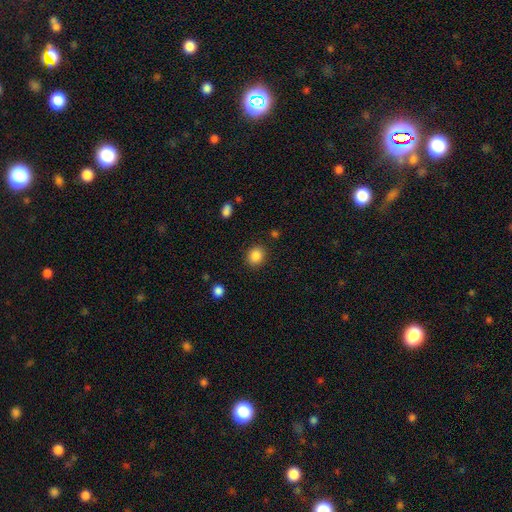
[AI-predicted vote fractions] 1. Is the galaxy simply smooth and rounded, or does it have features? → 87% smooth, 10% star or artifact, 3% featured or disk.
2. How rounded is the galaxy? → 69% round, 30% in between, 1% cigar-shaped.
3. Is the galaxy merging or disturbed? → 87% none, 8% minor disturbance, 3% major disturbance, 2% merger.